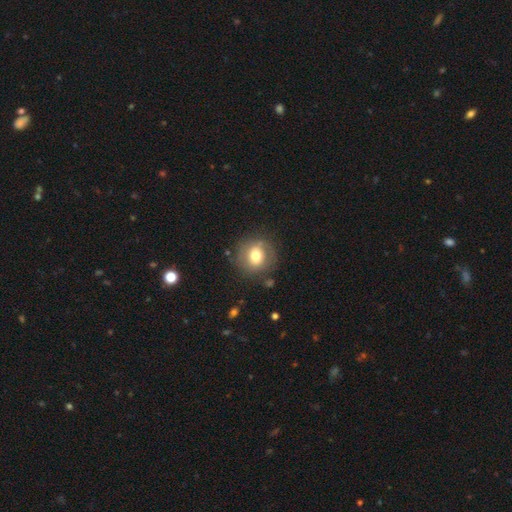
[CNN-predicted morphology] Smooth or featured? smooth (65%)
How rounded? round (87%)
Merging? none (79%)